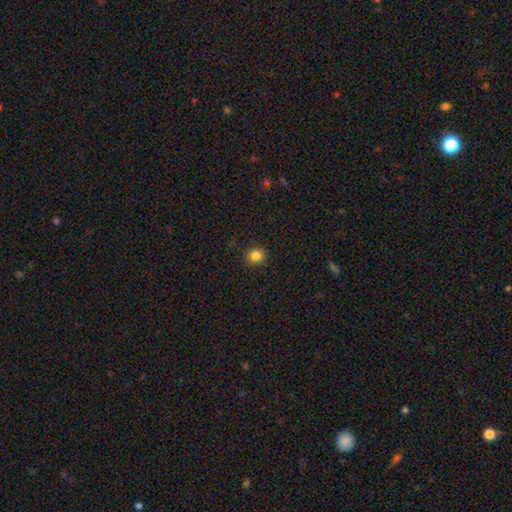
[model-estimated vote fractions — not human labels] smooth-or-featured: smooth: 84% | star or artifact: 12% | featured or disk: 4%
  how-rounded: round: 89% | in between: 10% | cigar-shaped: 1%
  merging: none: 91% | minor disturbance: 6% | major disturbance: 2% | merger: 1%